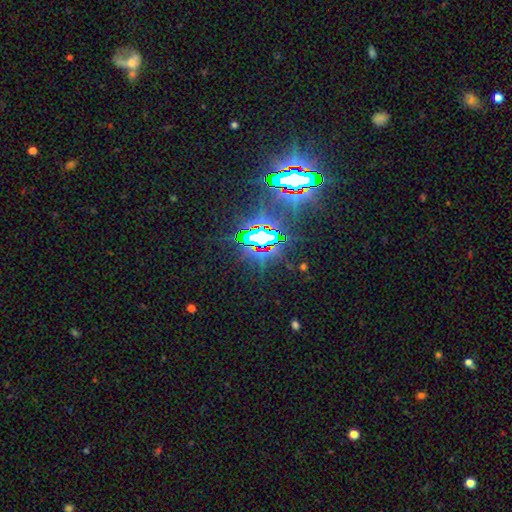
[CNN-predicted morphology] star or artifact 84%, smooth 8%, featured or disk 7%.